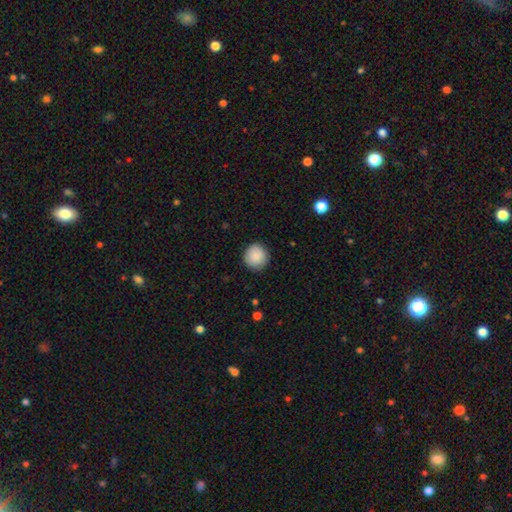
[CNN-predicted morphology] A smooth galaxy with no disk features (89%) that is round (94%).

Vote fractions:
- Smooth or featured? smooth: 89% / star or artifact: 7% / featured or disk: 4%
- How rounded? round: 94% / in between: 5% / cigar-shaped: 1%
- Merging? none: 90% / minor disturbance: 7% / major disturbance: 2% / merger: 1%